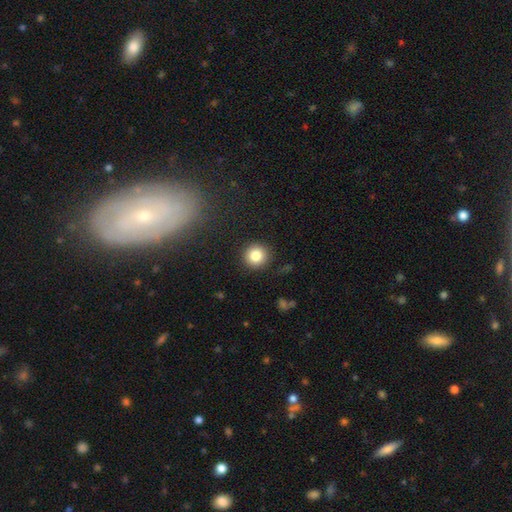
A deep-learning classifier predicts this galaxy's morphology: A smooth galaxy with no disk features (82%) that is round (92%).

Vote fractions:
- Smooth or featured? smooth: 82% / star or artifact: 11% / featured or disk: 7%
- How rounded? round: 92% / in between: 7% / cigar-shaped: 1%
- Merging? none: 90% / minor disturbance: 6% / major disturbance: 2% / merger: 1%